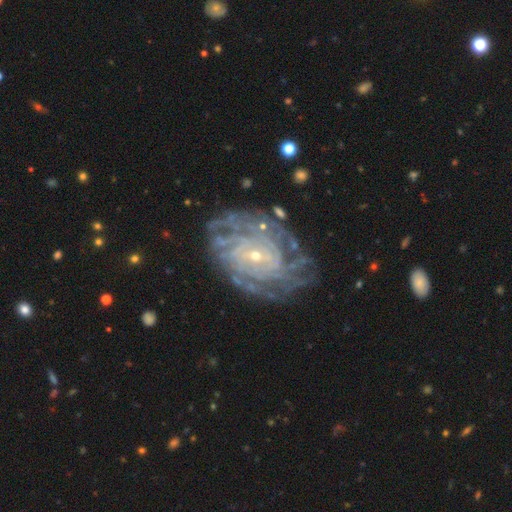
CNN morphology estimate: smooth_or_featured: featured or disk (p=0.89) [alt: star or artifact p=0.06]
disk_edge_on: no (p=0.97) [alt: yes p=0.03]
bar: no (p=0.64) [alt: weak p=0.28]
has_spiral_arms: yes (p=0.96) [alt: no p=0.04]
spiral_winding: tight (p=0.77) [alt: medium p=0.18]
spiral_arm_count: can't tell (p=0.31) [alt: more than 4 p=0.26]
bulge_size: small (p=0.79) [alt: moderate p=0.18]
merging: none (p=0.71) [alt: minor disturbance p=0.18]